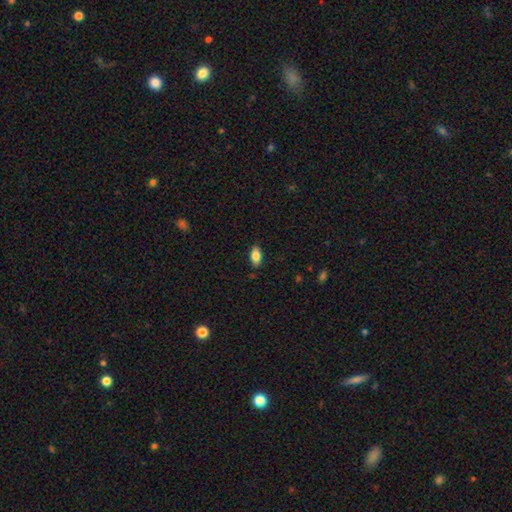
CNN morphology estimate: A smooth galaxy with no disk features (82%) that is in between round and cigar-shaped (90%).

Vote fractions:
- Smooth or featured? smooth: 82% / featured or disk: 11% / star or artifact: 8%
- How rounded? in between: 90% / cigar-shaped: 6% / round: 4%
- Merging? none: 85% / minor disturbance: 11% / major disturbance: 2% / merger: 1%